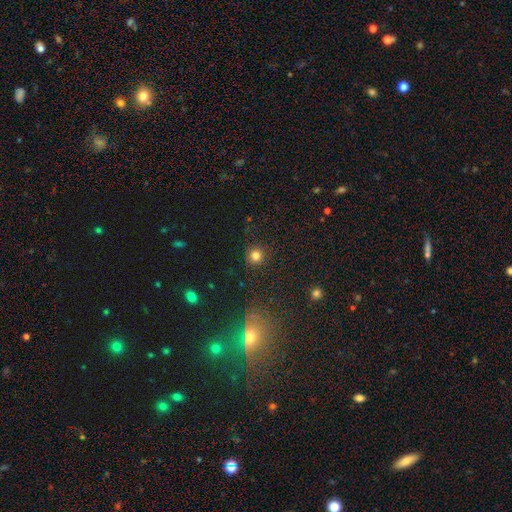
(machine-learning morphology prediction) A smooth galaxy with no disk features (79%) that is round (94%).

Vote fractions:
- Smooth or featured? smooth: 79% / star or artifact: 15% / featured or disk: 6%
- How rounded? round: 94% / in between: 5% / cigar-shaped: 1%
- Merging? none: 89% / minor disturbance: 7% / major disturbance: 3% / merger: 1%